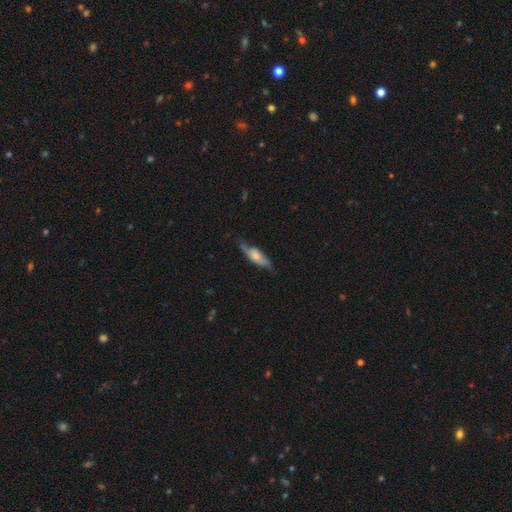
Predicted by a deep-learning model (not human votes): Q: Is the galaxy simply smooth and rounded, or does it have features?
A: smooth — 47%.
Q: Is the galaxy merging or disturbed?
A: none — 60%.